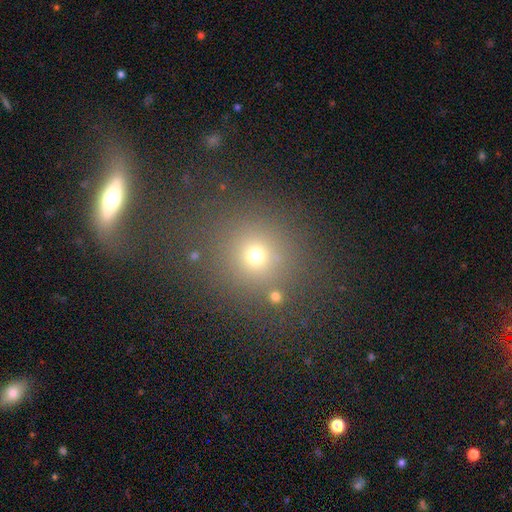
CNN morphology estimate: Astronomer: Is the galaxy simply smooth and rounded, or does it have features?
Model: smooth — 68%.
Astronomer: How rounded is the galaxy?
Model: round — 86%.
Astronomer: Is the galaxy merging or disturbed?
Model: none — 77%.